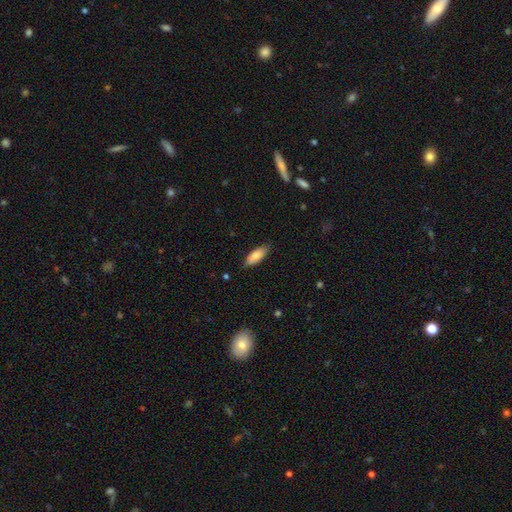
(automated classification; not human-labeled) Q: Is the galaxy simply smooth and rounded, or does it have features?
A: smooth — 83%.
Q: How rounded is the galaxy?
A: in between — 75%.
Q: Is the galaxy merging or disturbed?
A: none — 79%.